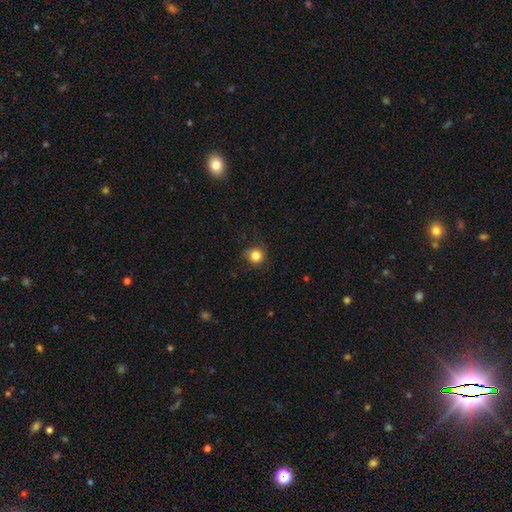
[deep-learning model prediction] This appears to be a smooth galaxy with no disk features (84%) that is round (92%). Merging: none (85%).